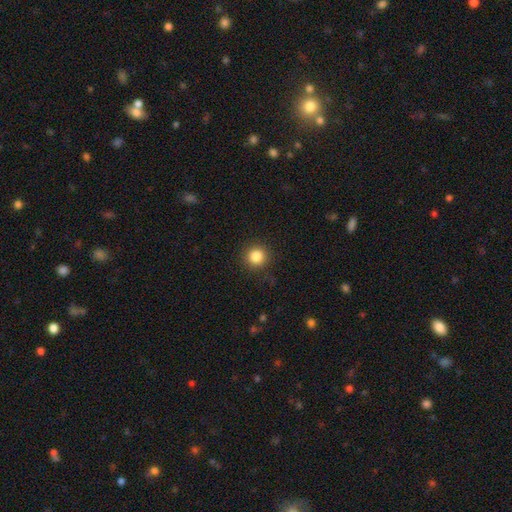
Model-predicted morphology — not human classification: This appears to be a smooth galaxy with no disk features (84%) that is round (94%). Merging: none (90%).